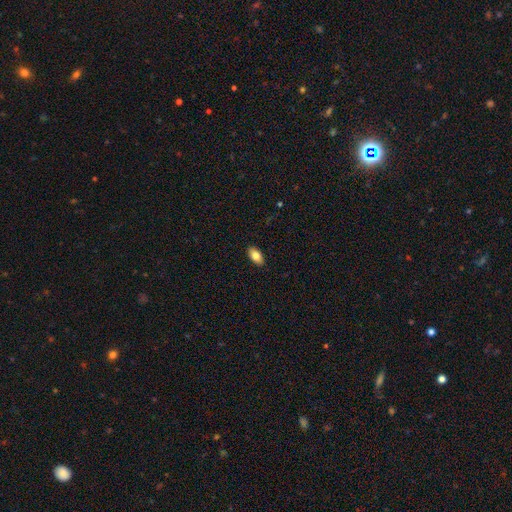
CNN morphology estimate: This appears to be a smooth galaxy with no disk features (82%) that is in between round and cigar-shaped (92%). Merging: none (89%).